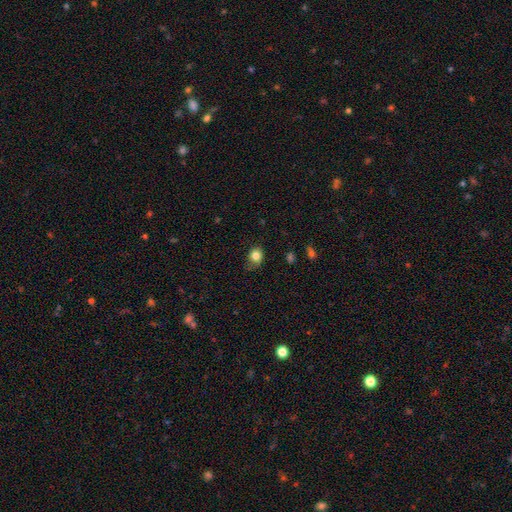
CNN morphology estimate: Smooth or featured? smooth (83%)
How rounded? round (61%)
Merging? none (68%)